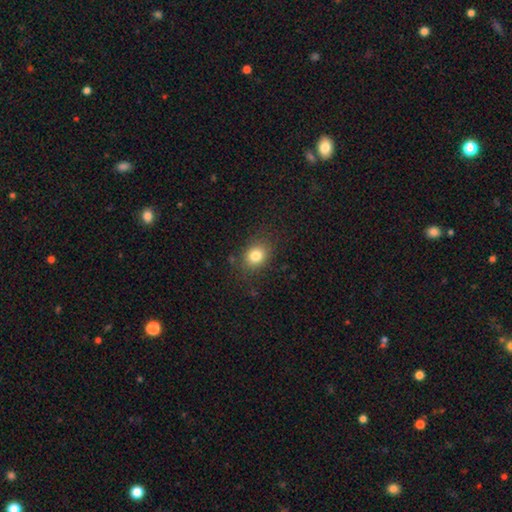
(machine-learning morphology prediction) This is clearly a smooth galaxy (81%). How rounded: possibly round (55%). Merging: clearly none (82%).